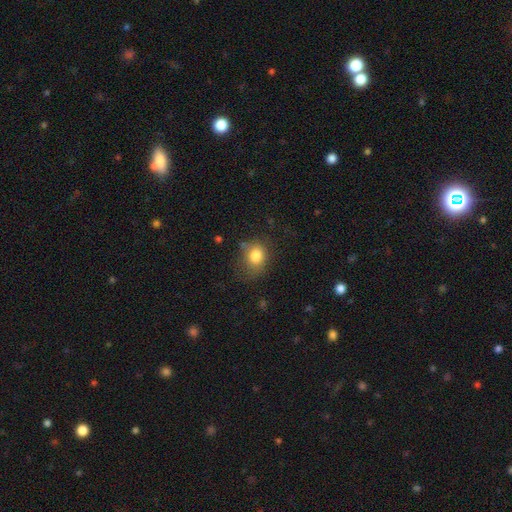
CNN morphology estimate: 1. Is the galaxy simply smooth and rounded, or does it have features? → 81% smooth, 10% star or artifact, 9% featured or disk.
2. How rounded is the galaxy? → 51% round, 48% in between, 1% cigar-shaped.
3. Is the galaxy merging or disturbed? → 58% none, 27% minor disturbance, 11% major disturbance, 4% merger.